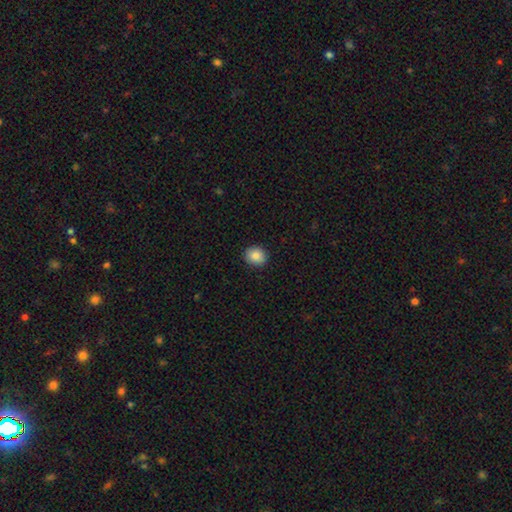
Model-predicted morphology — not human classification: A smooth galaxy with no disk features (85%) that is round (70%).

Vote fractions:
- Smooth or featured? smooth: 85% / star or artifact: 9% / featured or disk: 6%
- How rounded? round: 70% / in between: 30% / cigar-shaped: 1%
- Merging? none: 91% / minor disturbance: 7% / major disturbance: 2% / merger: 1%